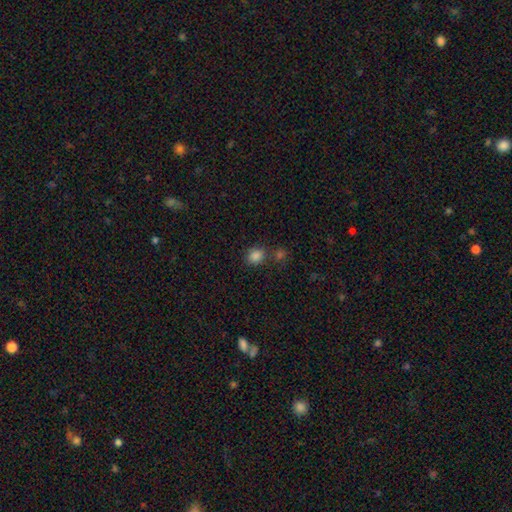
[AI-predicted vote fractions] Overall: smooth (83%). How rounded: round (68%; in between 31%). Merging: none (66%).